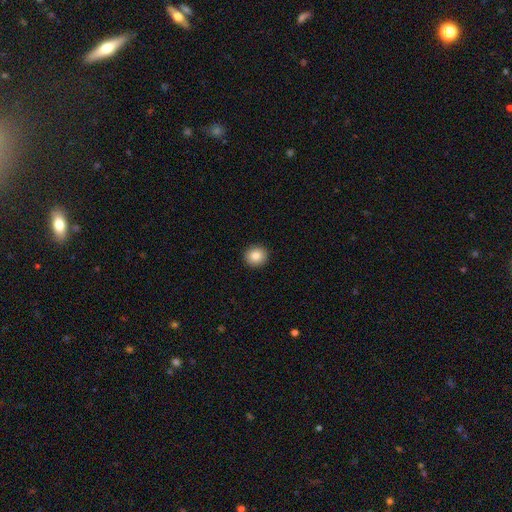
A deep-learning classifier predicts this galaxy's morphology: This appears to be a smooth galaxy with no disk features (84%) that is round (89%). Merging: none (93%).